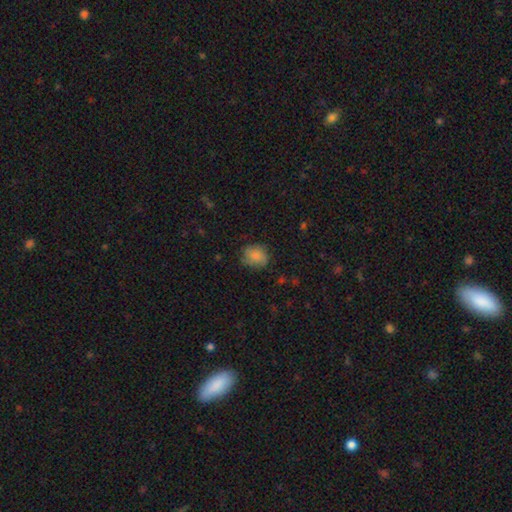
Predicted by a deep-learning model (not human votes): Q: Smooth or featured?
A: smooth (81%); runner-up: featured or disk (10%)
Q: How rounded?
A: round (62%); runner-up: in between (37%)
Q: Merging?
A: none (70%); runner-up: minor disturbance (22%)